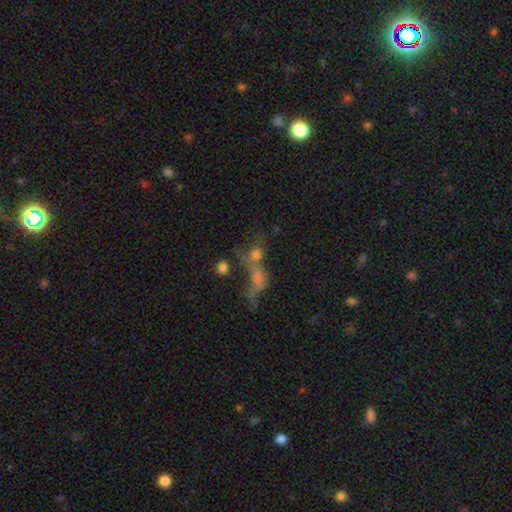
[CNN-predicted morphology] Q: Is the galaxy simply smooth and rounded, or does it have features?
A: smooth — 46%.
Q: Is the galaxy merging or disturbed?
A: merger — 47%.